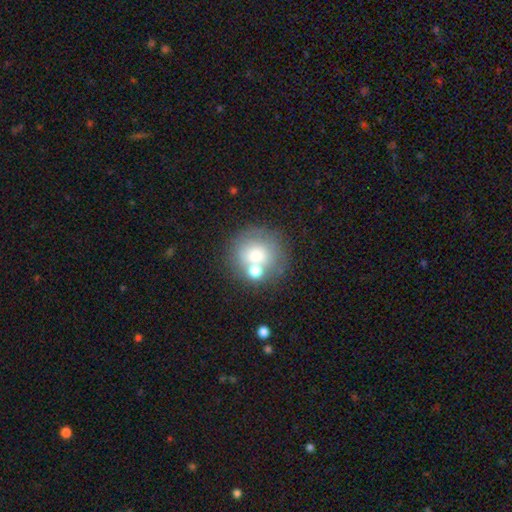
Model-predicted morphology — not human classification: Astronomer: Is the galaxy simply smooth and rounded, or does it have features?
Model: smooth — 70%.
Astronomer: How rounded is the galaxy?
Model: round — 88%.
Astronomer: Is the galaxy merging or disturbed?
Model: none — 58%.